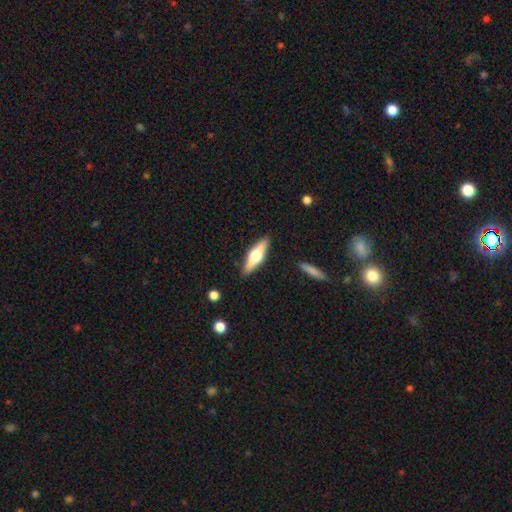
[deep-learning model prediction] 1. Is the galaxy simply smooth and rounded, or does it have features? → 54% featured or disk, 41% smooth, 5% star or artifact.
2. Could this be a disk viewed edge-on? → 94% yes, 6% no.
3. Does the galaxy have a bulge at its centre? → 93% rounded, 5% boxy, 2% none.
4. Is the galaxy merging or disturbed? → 88% none, 8% minor disturbance, 2% major disturbance, 2% merger.